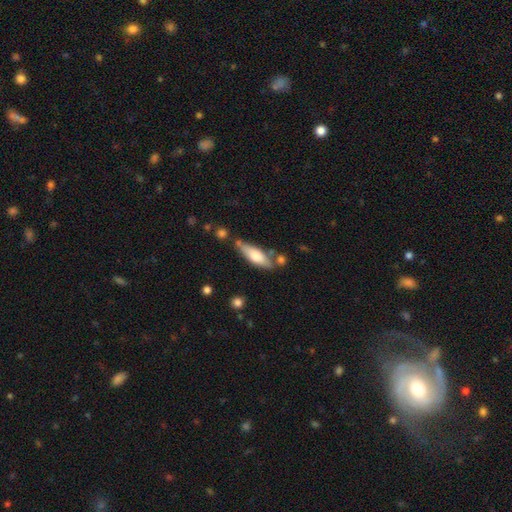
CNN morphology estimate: This is likely a smooth galaxy (65%). How rounded: possibly in between (50%). Merging: likely none (65%).